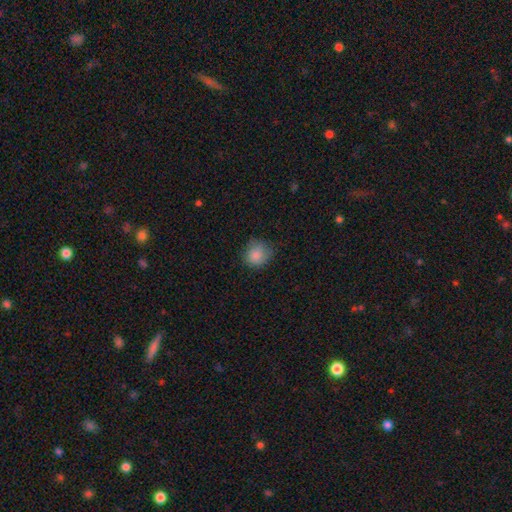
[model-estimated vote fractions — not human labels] smooth_or_featured: smooth (p=0.84) [alt: star or artifact p=0.09]
how_rounded: round (p=0.79) [alt: in between p=0.20]
merging: none (p=0.66) [alt: minor disturbance p=0.26]